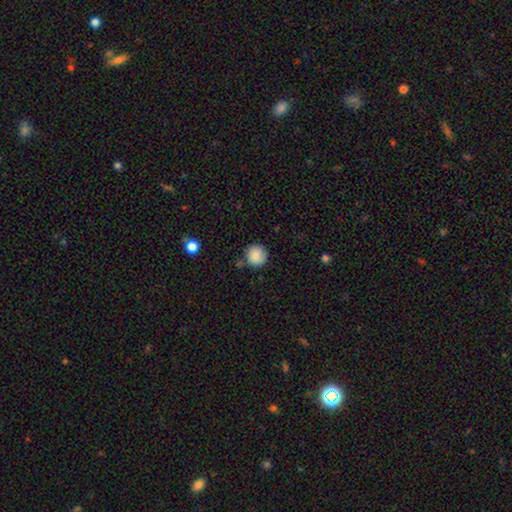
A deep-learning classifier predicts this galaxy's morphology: Smooth or featured? smooth (87%)
How rounded? round (94%)
Merging? none (84%)